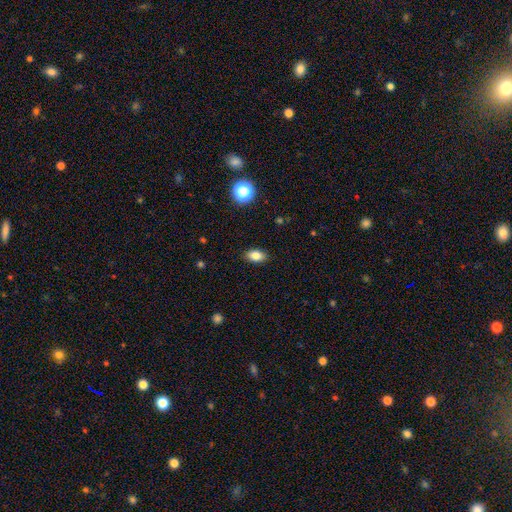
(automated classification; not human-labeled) Smooth or featured: smooth — 83% (star or artifact — 10%)
How rounded: in between — 87% (round — 10%)
Merging: none — 88% (minor disturbance — 9%)